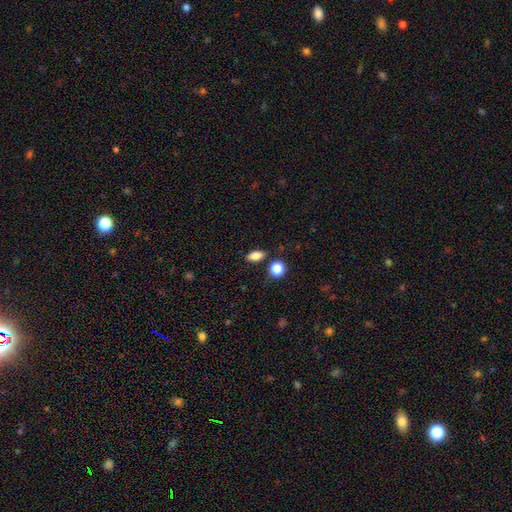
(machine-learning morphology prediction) smooth-or-featured: smooth: 82% | star or artifact: 9% | featured or disk: 9%
  how-rounded: in between: 84% | round: 10% | cigar-shaped: 6%
  merging: none: 83% | minor disturbance: 10% | merger: 5% | major disturbance: 3%